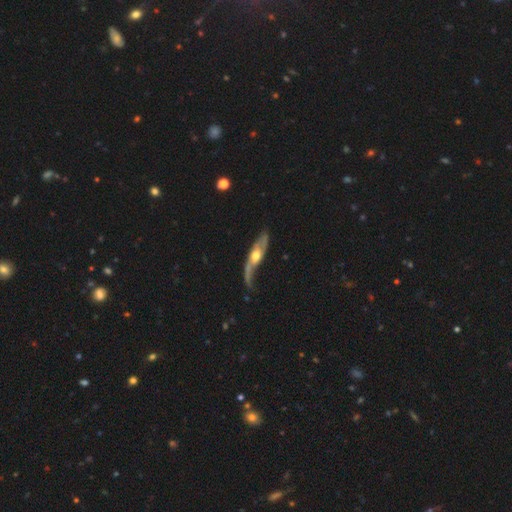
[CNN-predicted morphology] smooth-or-featured: featured or disk: 75% | smooth: 21% | star or artifact: 5%
  disk-edge-on: no: 65% | yes: 35%
  merging: none: 46% | minor disturbance: 27% | major disturbance: 22% | merger: 4%